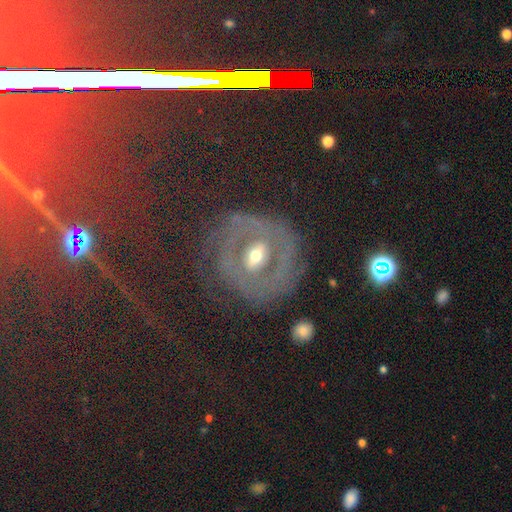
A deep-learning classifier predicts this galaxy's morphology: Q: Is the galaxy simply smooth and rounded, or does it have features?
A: featured or disk — 78%.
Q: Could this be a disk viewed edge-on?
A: no — 95%.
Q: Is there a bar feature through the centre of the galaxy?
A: weak — 41%.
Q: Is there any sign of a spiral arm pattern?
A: yes — 63%.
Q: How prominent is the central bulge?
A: moderate — 57%.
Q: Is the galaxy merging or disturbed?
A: none — 66%.